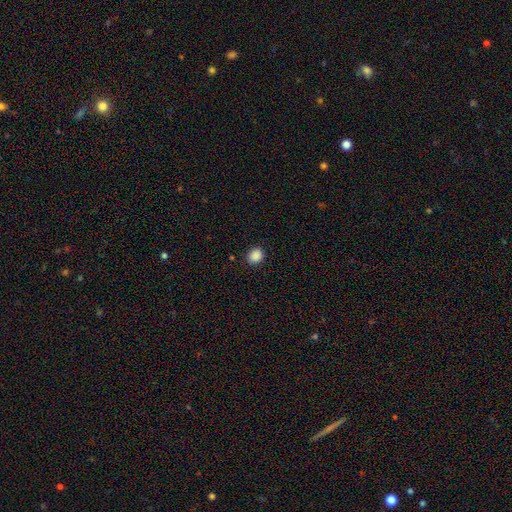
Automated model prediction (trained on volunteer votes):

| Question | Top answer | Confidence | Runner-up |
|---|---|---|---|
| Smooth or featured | smooth | 88% | star or artifact (9%) |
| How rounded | round | 71% | in between (29%) |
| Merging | none | 87% | minor disturbance (9%) |